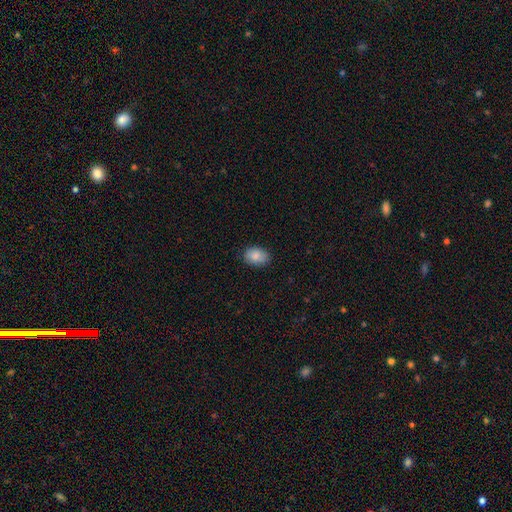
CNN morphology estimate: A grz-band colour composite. It shows a smooth galaxy with no disk features (87%) that is in between round and cigar-shaped (78%). Merging: none (84%).